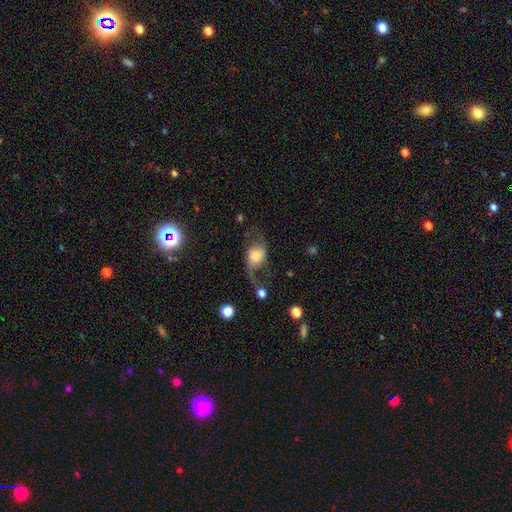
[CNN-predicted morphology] The model was most divided on "bulge size": moderate: 32%, large: 30%, small: 18%, dominant: 14%, none: 6%. More confident: edge-on disk — no (95%); spiral arms — yes (93%); spiral arm count — 2 (90%); spiral winding — loose (85%); smooth or featured — featured or disk (71%); bar — no (63%); merging — none (53%).